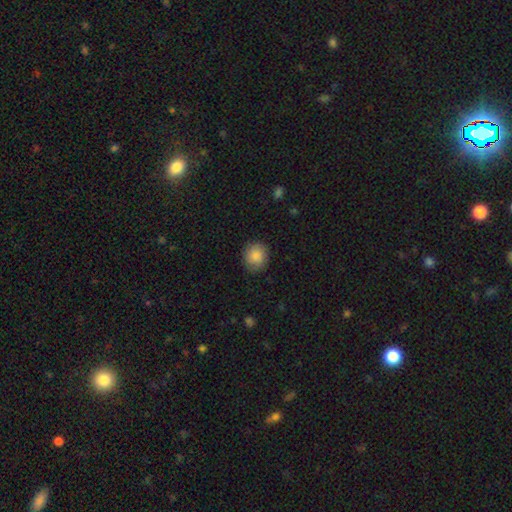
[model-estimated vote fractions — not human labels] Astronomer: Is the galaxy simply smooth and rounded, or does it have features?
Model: smooth — 86%.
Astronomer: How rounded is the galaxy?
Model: round — 80%.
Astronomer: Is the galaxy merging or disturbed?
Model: none — 85%.